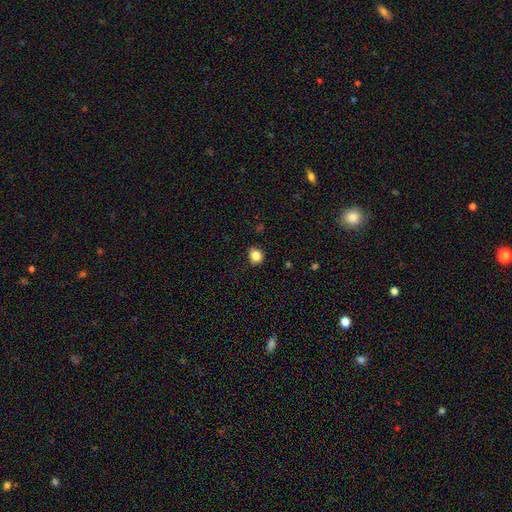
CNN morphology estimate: The model was most divided on "how rounded": round: 77%, in between: 22%, cigar-shaped: 1%. More confident: merging — none (90%); smooth or featured — smooth (84%).